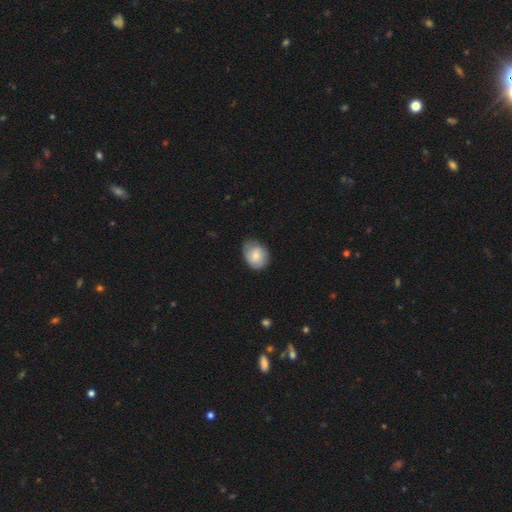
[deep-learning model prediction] smooth_or_featured: smooth (p=0.68) [alt: featured or disk p=0.25]
how_rounded: in between (p=0.52) [alt: round p=0.47]
merging: none (p=0.69) [alt: minor disturbance p=0.25]